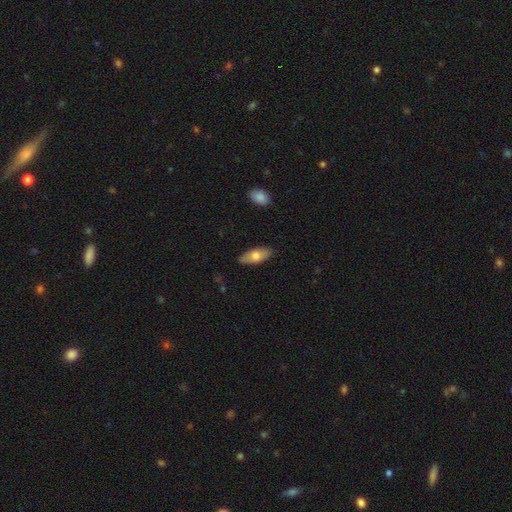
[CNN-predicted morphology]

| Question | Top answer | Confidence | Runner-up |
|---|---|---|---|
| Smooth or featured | smooth | 70% | featured or disk (24%) |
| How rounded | in between | 81% | cigar-shaped (17%) |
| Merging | none | 86% | minor disturbance (11%) |